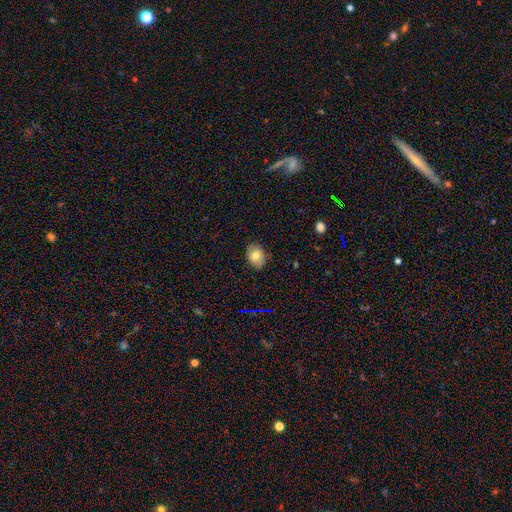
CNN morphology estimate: Smooth or featured? smooth (78%)
How rounded? in between (75%)
Merging? none (84%)